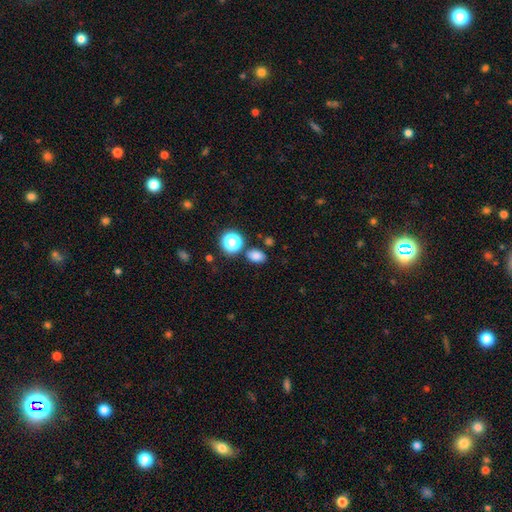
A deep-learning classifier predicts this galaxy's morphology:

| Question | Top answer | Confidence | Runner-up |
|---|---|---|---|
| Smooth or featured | smooth | 80% | star or artifact (15%) |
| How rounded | in between | 72% | round (27%) |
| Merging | none | 80% | minor disturbance (10%) |